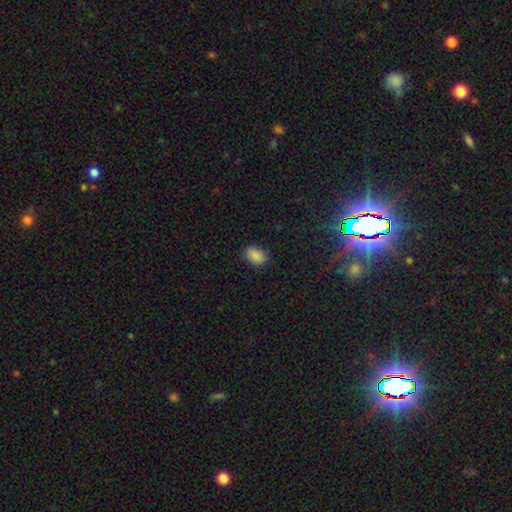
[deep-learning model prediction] Smooth or featured? Predicted: smooth (p=0.88). How rounded? Predicted: in between (p=0.87). Merging? Predicted: none (p=0.85).